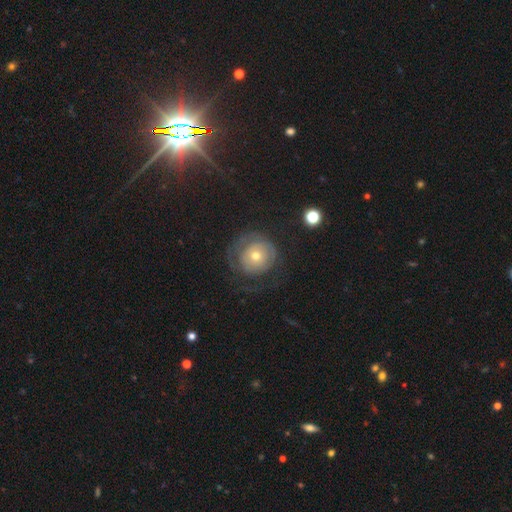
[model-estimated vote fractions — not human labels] Q: Smooth or featured?
A: featured or disk (52%); runner-up: smooth (40%)
Q: Edge-on disk?
A: no (97%); runner-up: yes (3%)
Q: Merging?
A: none (55%); runner-up: major disturbance (26%)